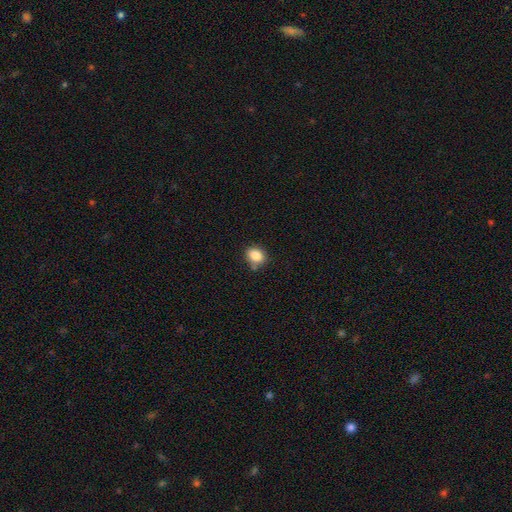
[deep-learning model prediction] The model was most divided on "how rounded": in between: 54%, round: 45%, cigar-shaped: 1%. More confident: smooth or featured — smooth (84%); merging — none (73%).